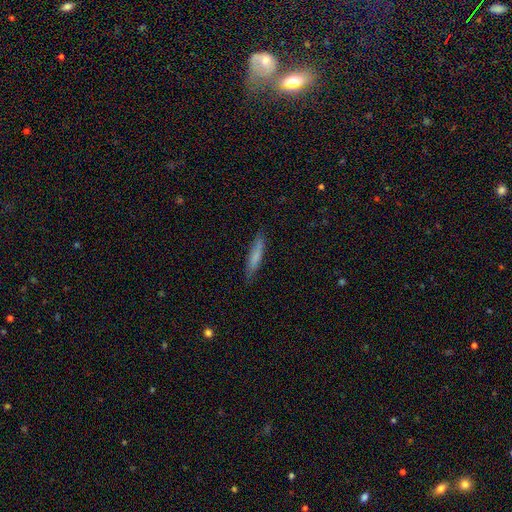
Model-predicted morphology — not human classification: A smooth galaxy with no disk features (72%) that is cigar-shaped (90%). Merging: none (85%).